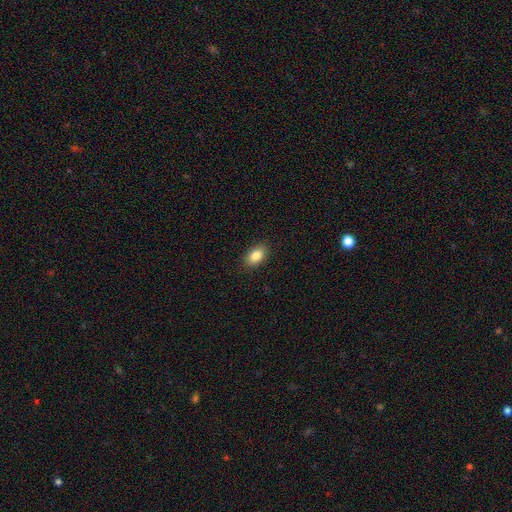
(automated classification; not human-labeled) Q: Smooth or featured?
A: smooth (85%); runner-up: star or artifact (8%)
Q: How rounded?
A: in between (90%); runner-up: round (8%)
Q: Merging?
A: none (89%); runner-up: minor disturbance (8%)